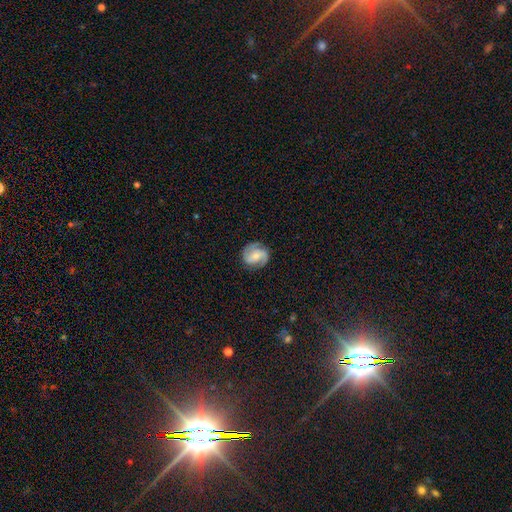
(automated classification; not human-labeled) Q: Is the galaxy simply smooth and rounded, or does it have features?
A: featured or disk — 78%.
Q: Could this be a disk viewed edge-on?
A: no — 98%.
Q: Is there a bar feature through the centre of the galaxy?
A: no — 44%.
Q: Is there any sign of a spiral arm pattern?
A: yes — 96%.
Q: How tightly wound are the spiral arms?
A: medium — 47%.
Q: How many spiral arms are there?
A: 2 — 88%.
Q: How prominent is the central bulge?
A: small — 52%.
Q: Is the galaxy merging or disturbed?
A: none — 83%.